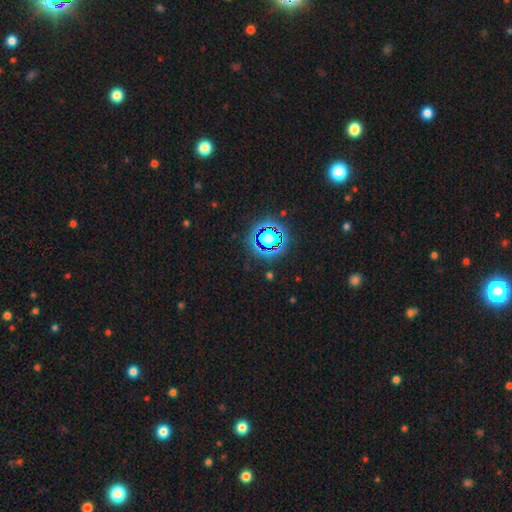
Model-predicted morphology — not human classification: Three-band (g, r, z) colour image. It shows a star or artifact, not a galaxy (80%).